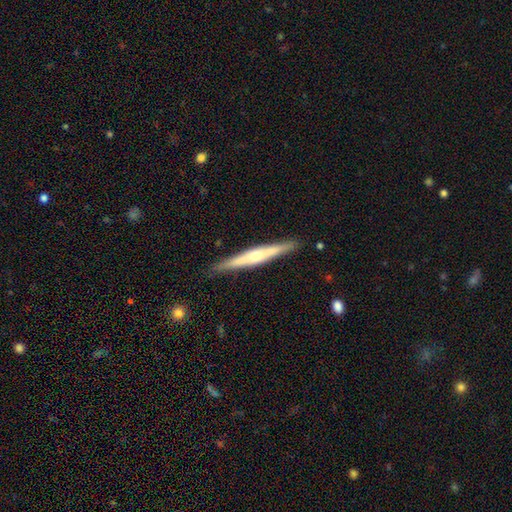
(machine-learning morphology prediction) smooth_or_featured: featured or disk (p=0.68) [alt: smooth p=0.26]
disk_edge_on: yes (p=0.97) [alt: no p=0.03]
edge_on_bulge: rounded (p=0.74) [alt: none p=0.19]
merging: none (p=0.90) [alt: minor disturbance p=0.07]